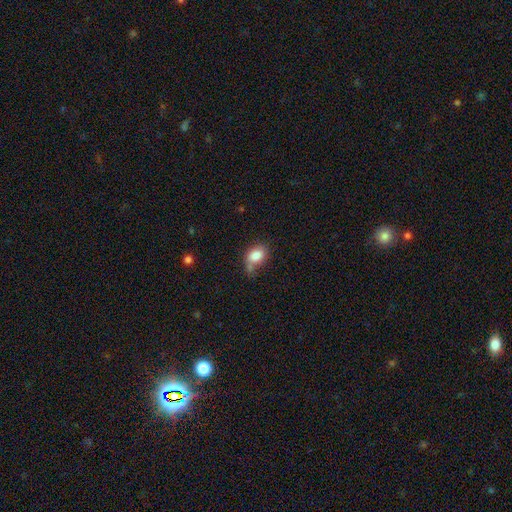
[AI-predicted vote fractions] smooth_or_featured: smooth (p=0.83) [alt: featured or disk p=0.09]
how_rounded: in between (p=0.72) [alt: round p=0.27]
merging: none (p=0.43) [alt: minor disturbance p=0.31]